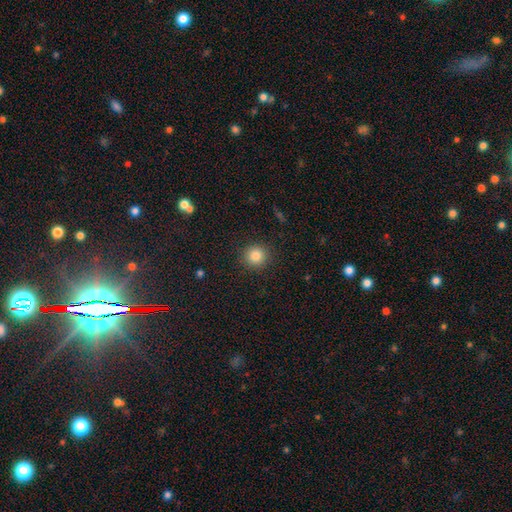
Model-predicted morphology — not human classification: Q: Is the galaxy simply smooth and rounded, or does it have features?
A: smooth — 84%.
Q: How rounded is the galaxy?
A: round — 92%.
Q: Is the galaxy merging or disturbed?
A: none — 91%.